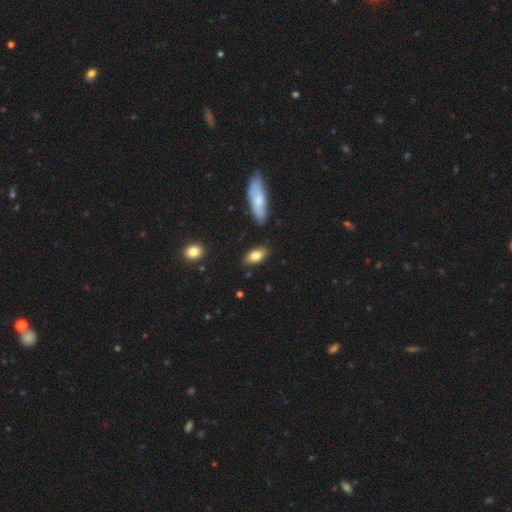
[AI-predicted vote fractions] A smooth galaxy with no disk features (81%) that is in between round and cigar-shaped (90%).

Vote fractions:
- Smooth or featured? smooth: 81% / featured or disk: 12% / star or artifact: 7%
- How rounded? in between: 90% / cigar-shaped: 6% / round: 4%
- Merging? none: 84% / minor disturbance: 11% / merger: 2% / major disturbance: 2%